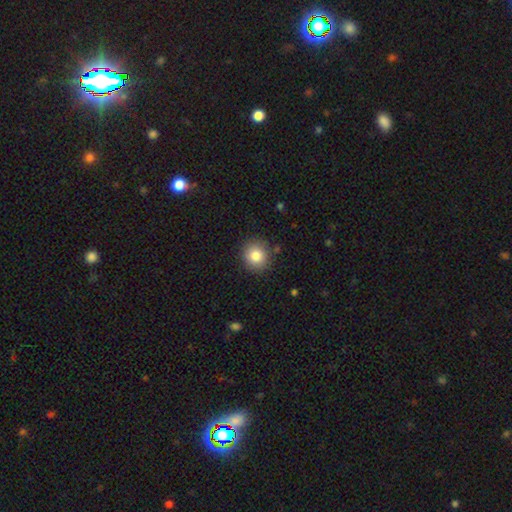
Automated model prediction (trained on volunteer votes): Morphology: type=smooth (84%); roundness=round (88%); merging=none (88%).